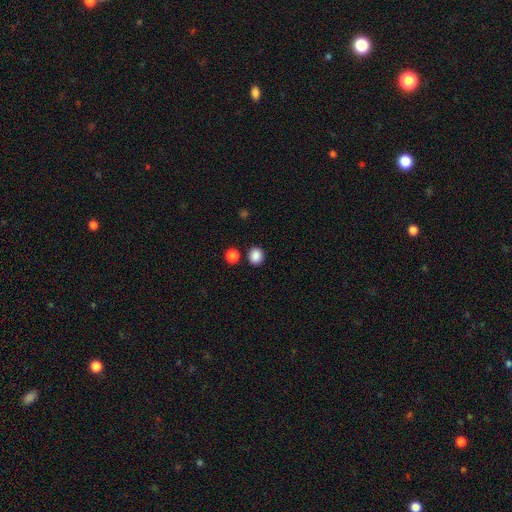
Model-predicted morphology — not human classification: smooth 87%, star or artifact 10%, featured or disk 3%. Down the decision tree: how rounded — round (73%); merging — none (85%).